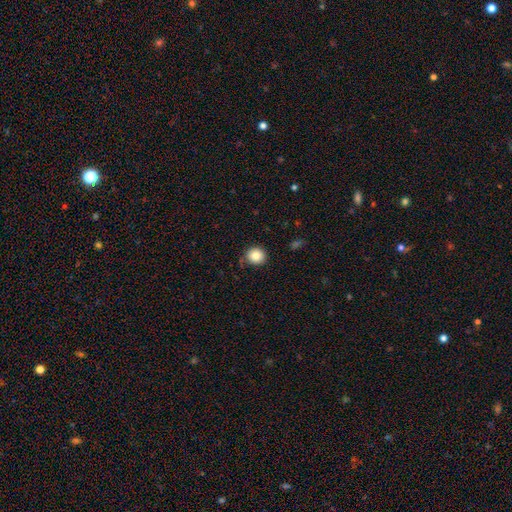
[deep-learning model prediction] Smooth or featured? smooth (84%)
How rounded? round (86%)
Merging? none (81%)